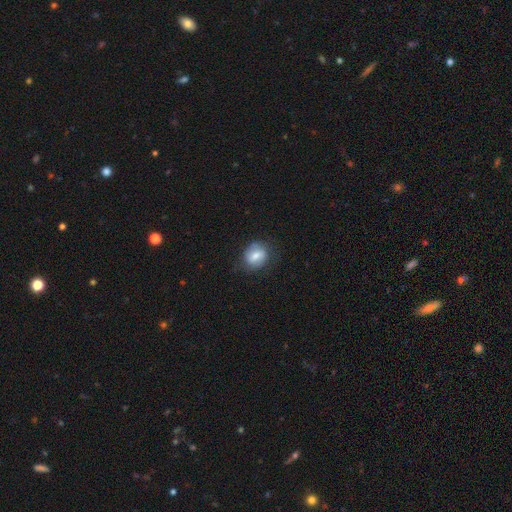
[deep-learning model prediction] Smooth or featured: smooth — 64% (featured or disk — 28%)
How rounded: round — 50% (in between — 49%)
Merging: none — 71% (minor disturbance — 21%)